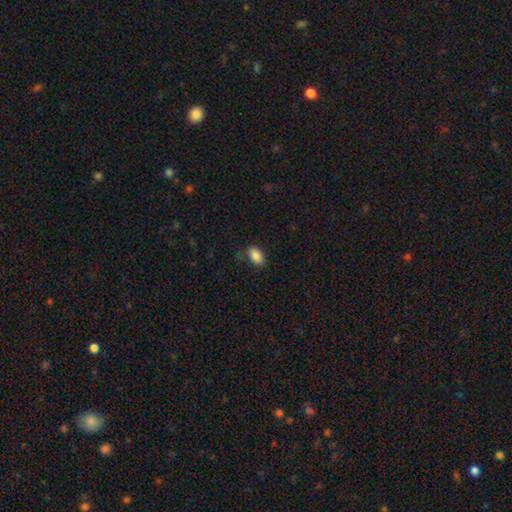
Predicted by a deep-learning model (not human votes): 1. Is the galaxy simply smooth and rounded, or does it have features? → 87% smooth, 8% star or artifact, 5% featured or disk.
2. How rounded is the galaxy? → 91% in between, 8% round, 2% cigar-shaped.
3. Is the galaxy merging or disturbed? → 74% none, 19% minor disturbance, 5% major disturbance, 1% merger.